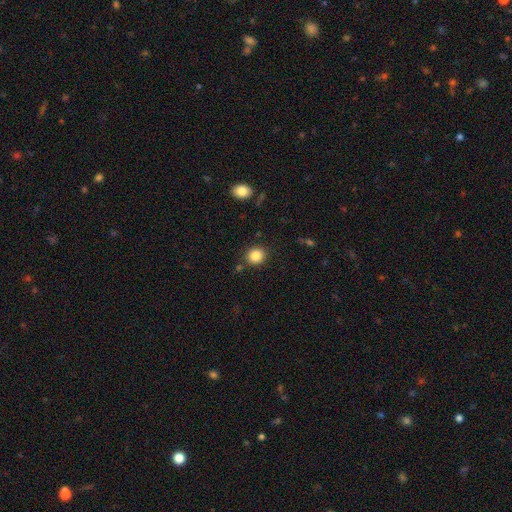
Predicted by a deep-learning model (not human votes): smooth 86%, star or artifact 10%, featured or disk 4%. Down the decision tree: how rounded — round (83%); merging — none (85%).